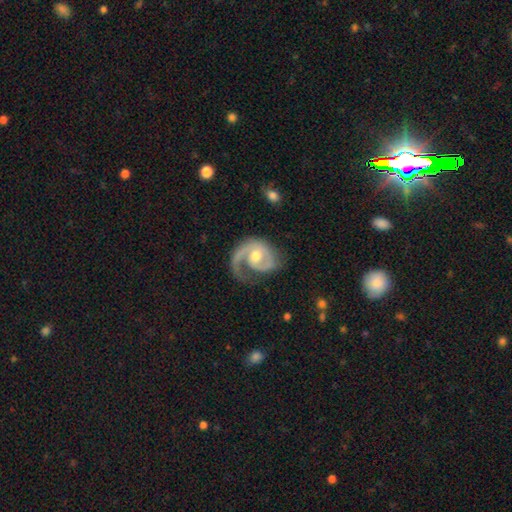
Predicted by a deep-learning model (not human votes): A featured or disk galaxy (88%) with no bar (60%), 1 (60%) medium (43%) spiral arms (96%) and a moderate central bulge (71%). Merging: none (53%).